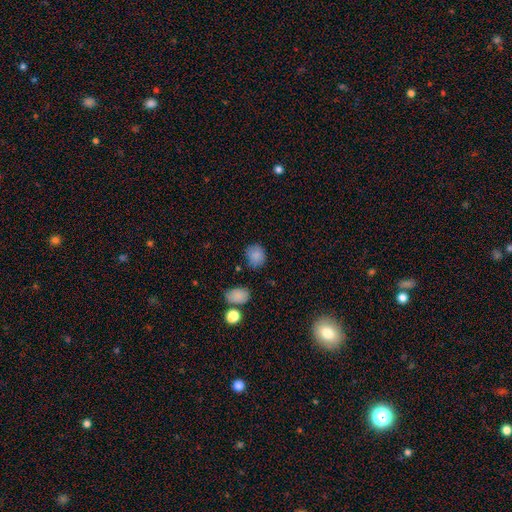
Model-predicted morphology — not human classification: Smooth or featured?
  - smooth: 84% *
  - star or artifact: 10%
  - featured or disk: 6%
How rounded?
  - round: 72% *
  - in between: 27%
  - cigar-shaped: 1%
Merging?
  - none: 73% *
  - minor disturbance: 19%
  - major disturbance: 5%
  - merger: 4%